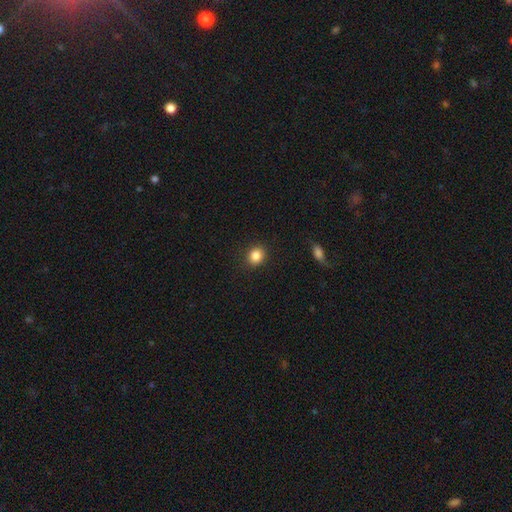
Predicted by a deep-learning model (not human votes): The model was most divided on "how rounded": round: 74%, in between: 25%, cigar-shaped: 1%. More confident: merging — none (90%); smooth or featured — smooth (85%).